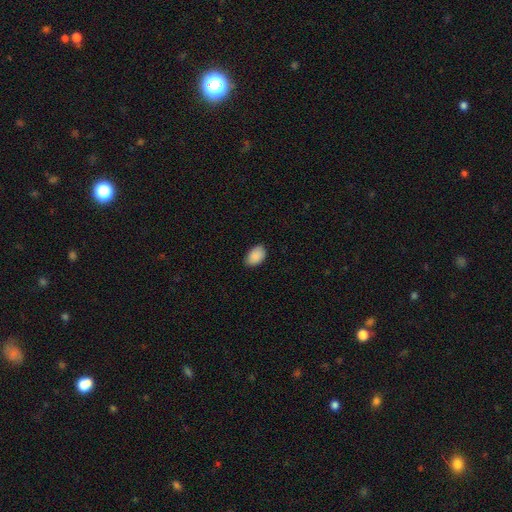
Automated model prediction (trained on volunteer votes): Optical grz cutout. It shows a smooth galaxy with no disk features (90%) that is in between round and cigar-shaped (88%). Merging: none (81%).